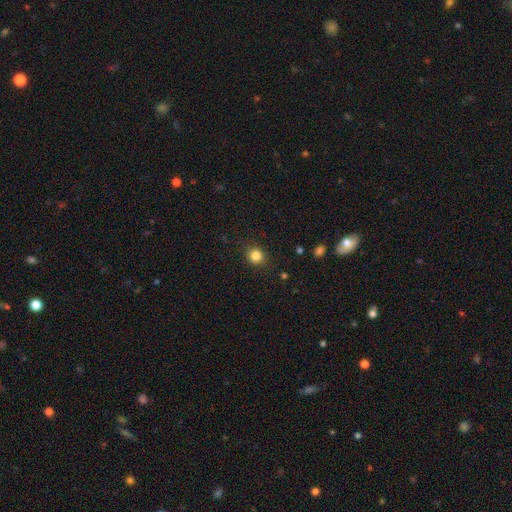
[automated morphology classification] smooth 84%, star or artifact 12%, featured or disk 5%. Down the decision tree: how rounded — round (85%); merging — none (89%).